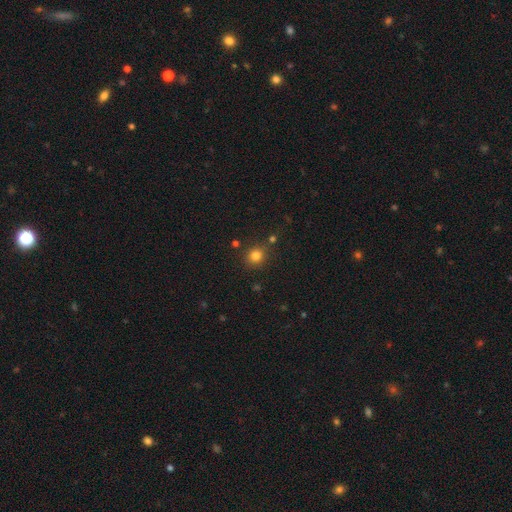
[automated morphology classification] A smooth galaxy with no disk features (80%) that is round (84%). Merging: none (83%).